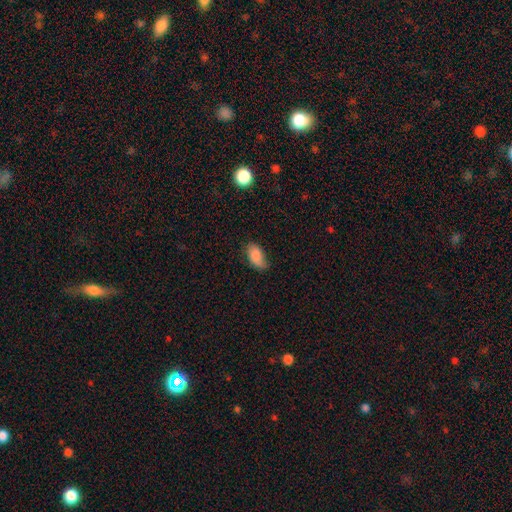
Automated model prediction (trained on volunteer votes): Smooth or featured?
  - smooth: 81% *
  - featured or disk: 12%
  - star or artifact: 8%
How rounded?
  - in between: 93% *
  - round: 4%
  - cigar-shaped: 3%
Merging?
  - none: 58% *
  - minor disturbance: 32%
  - major disturbance: 9%
  - merger: 2%